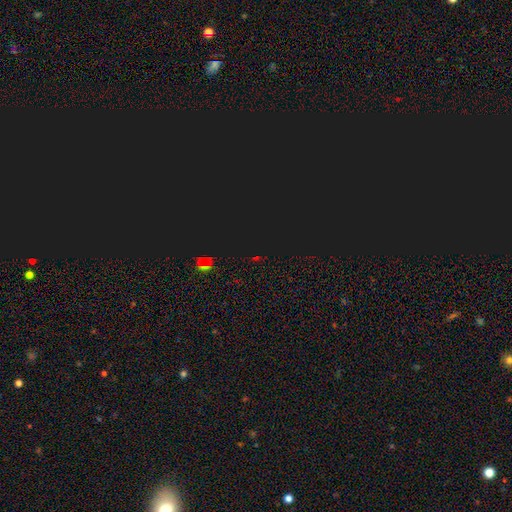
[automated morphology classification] A star or artifact, not a galaxy (78%).